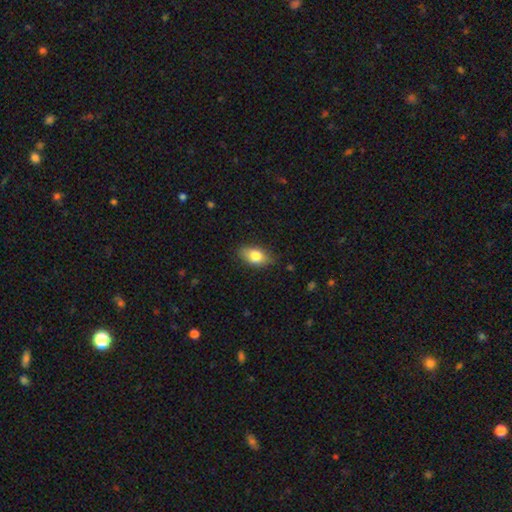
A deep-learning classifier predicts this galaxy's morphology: type=smooth (79%); roundness=in between (87%); merging=none (80%).